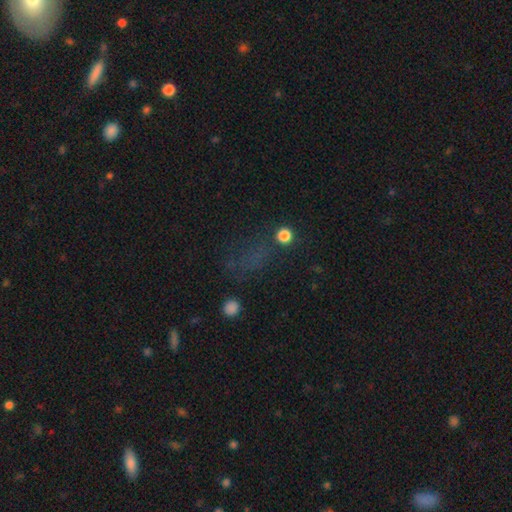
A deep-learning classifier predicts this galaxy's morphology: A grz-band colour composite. It shows a star or artifact, not a galaxy (46%).